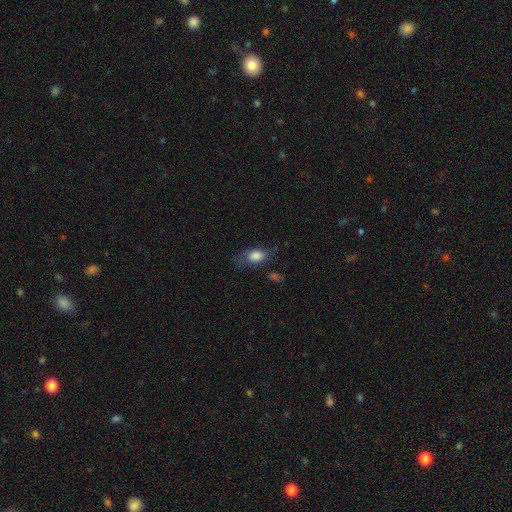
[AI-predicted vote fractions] Overall: smooth (81%). How rounded: in between (81%). Merging: none (54%; minor disturbance 28%).